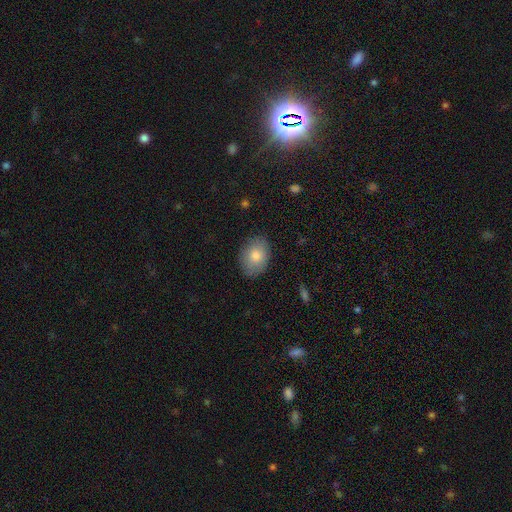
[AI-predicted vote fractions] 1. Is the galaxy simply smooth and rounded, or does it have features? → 79% smooth, 13% featured or disk, 8% star or artifact.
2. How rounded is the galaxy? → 71% in between, 27% round, 1% cigar-shaped.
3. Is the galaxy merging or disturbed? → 85% none, 12% minor disturbance, 2% major disturbance, 1% merger.